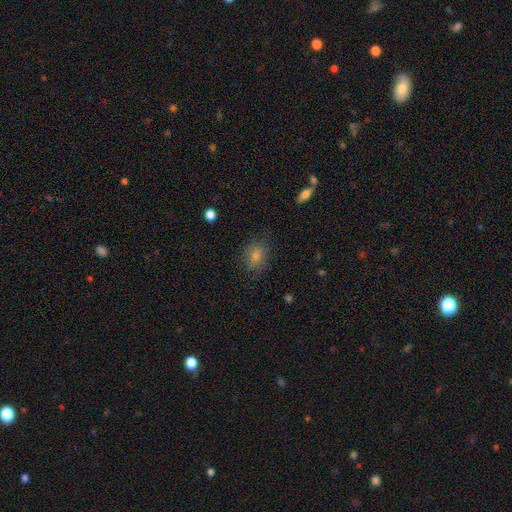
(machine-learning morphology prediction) A smooth galaxy with no disk features (70%) that is round (53%).

Vote fractions:
- Smooth or featured? smooth: 70% / star or artifact: 18% / featured or disk: 12%
- How rounded? round: 53% / in between: 46% / cigar-shaped: 2%
- Merging? none: 81% / minor disturbance: 13% / major disturbance: 4% / merger: 1%